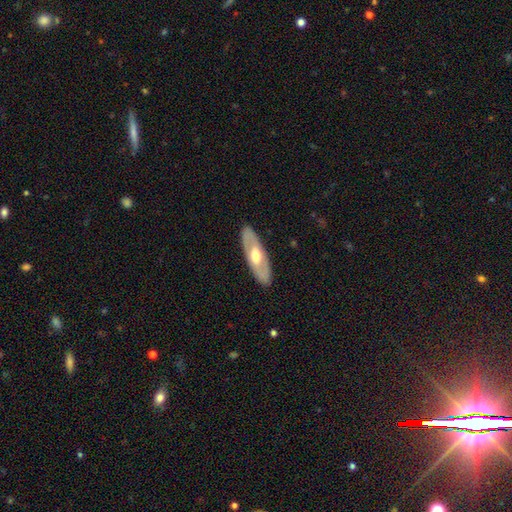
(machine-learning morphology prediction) This appears to be a featured or disk galaxy (56%). Merging: none (88%).